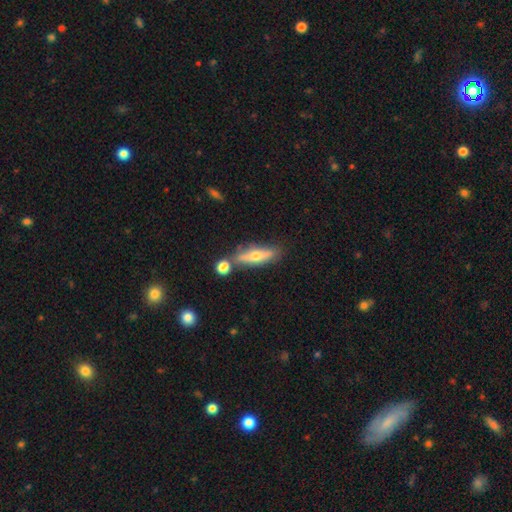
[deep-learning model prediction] Morphology: type=smooth (47%); merging=none (63%).